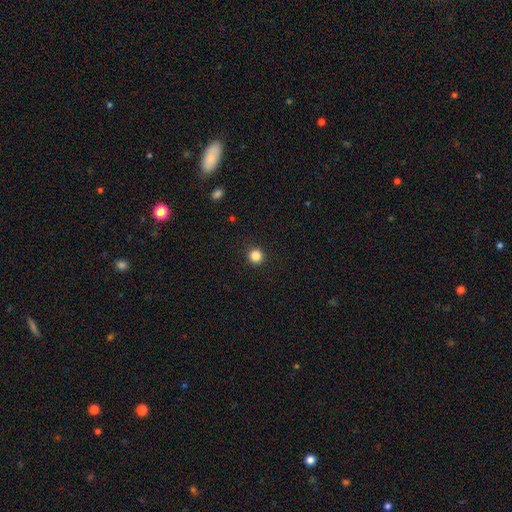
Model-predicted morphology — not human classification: A smooth galaxy with no disk features (85%) that is round (95%). Merging: none (93%).